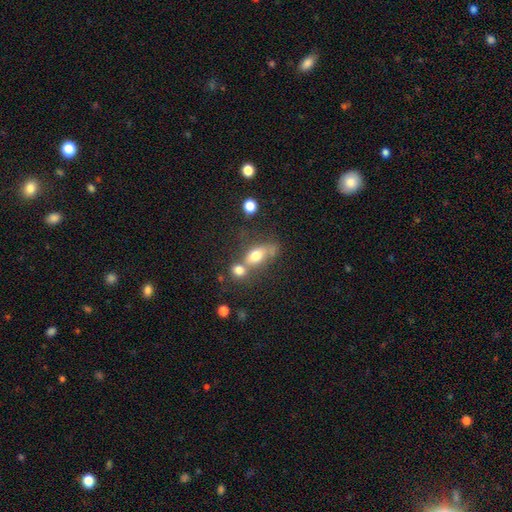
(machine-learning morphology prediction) This is likely a smooth galaxy (70%). How rounded: likely in between (72%). Merging: possibly merger (48%).